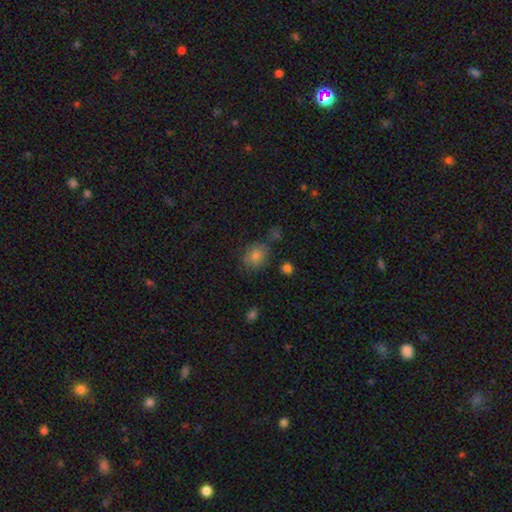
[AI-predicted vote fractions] Q: Smooth or featured?
A: smooth (75%); runner-up: star or artifact (15%)
Q: How rounded?
A: round (61%); runner-up: in between (38%)
Q: Merging?
A: none (74%); runner-up: minor disturbance (15%)